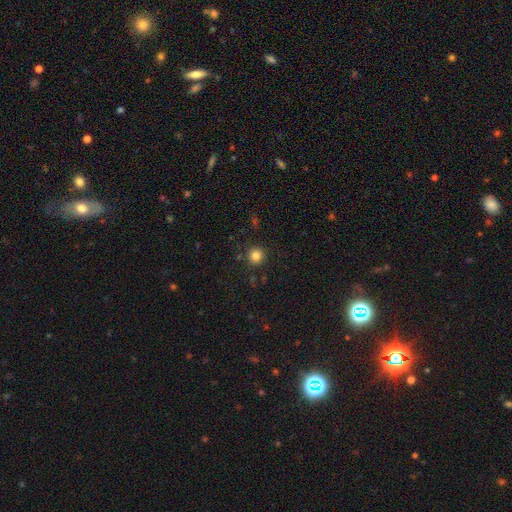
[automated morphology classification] Smooth or featured? smooth (83%)
How rounded? round (94%)
Merging? none (90%)